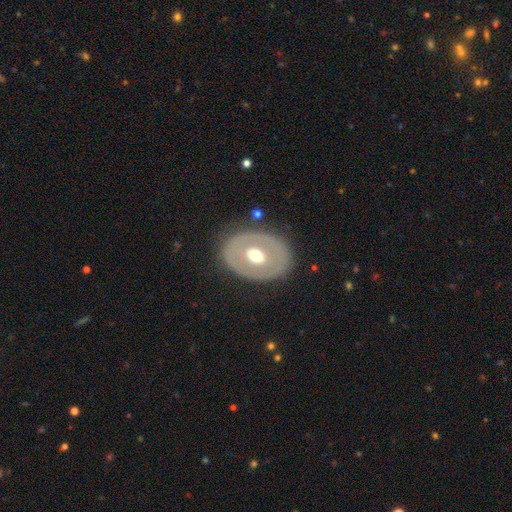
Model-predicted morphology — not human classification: Q: Smooth or featured?
A: featured or disk (54%); runner-up: smooth (40%)
Q: Edge-on disk?
A: no (91%); runner-up: yes (9%)
Q: Merging?
A: none (80%); runner-up: minor disturbance (12%)